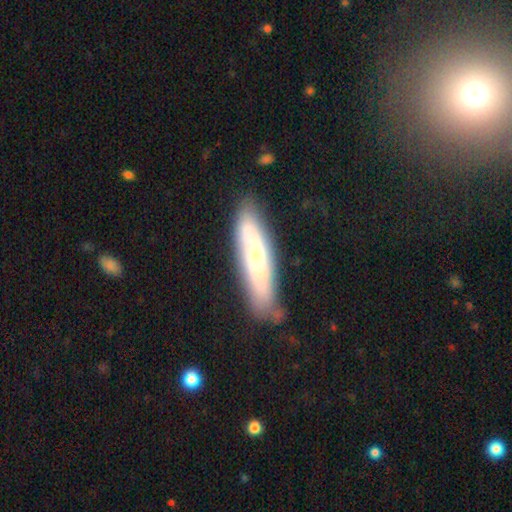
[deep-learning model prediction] Morphology: type=smooth (47%); merging=none (73%).